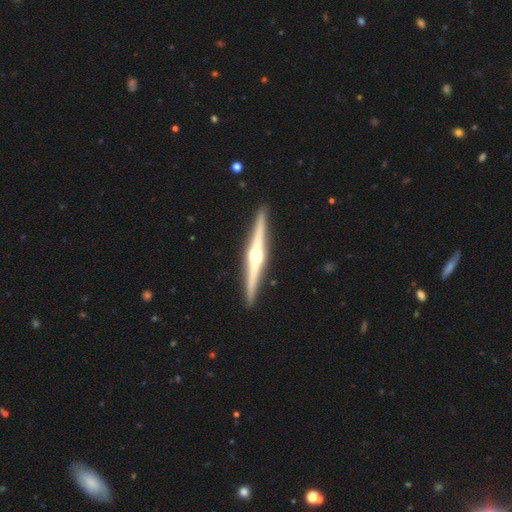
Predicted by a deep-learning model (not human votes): Morphology: type=featured or disk (86%); edge-on=yes (99%); edge-on bulge=rounded (93%); merging=none (93%).